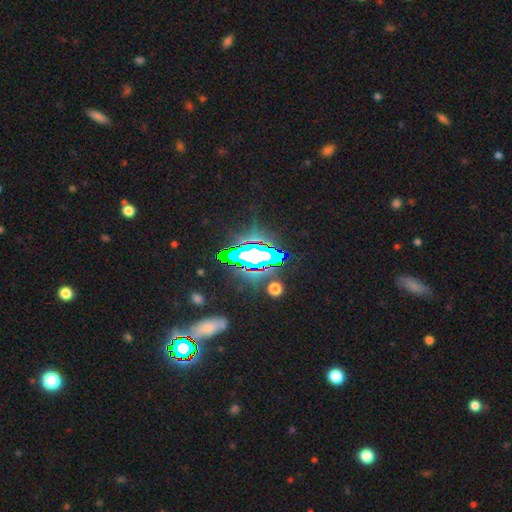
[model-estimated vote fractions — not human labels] Smooth or featured?
  - star or artifact: 68% *
  - featured or disk: 16%
  - smooth: 16%